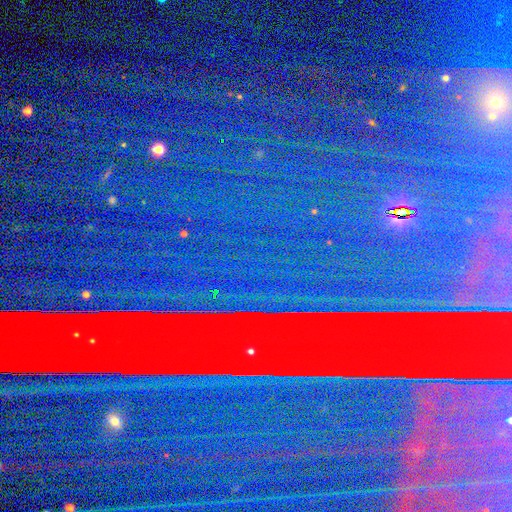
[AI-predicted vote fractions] Morphology: type=star or artifact (85%).